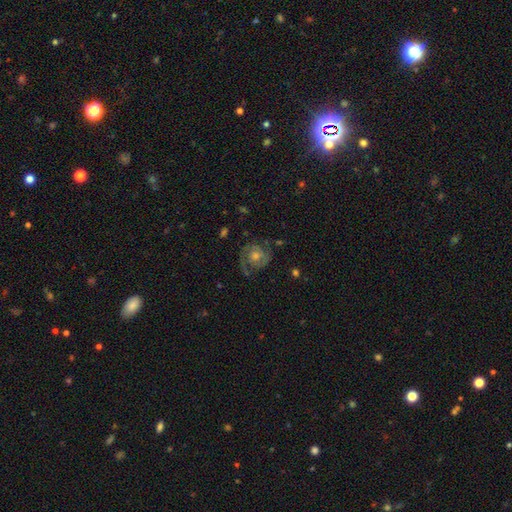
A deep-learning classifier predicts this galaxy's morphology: featured or disk 74%, smooth 16%, star or artifact 10%. Down the decision tree: edge-on disk — no (97%); bar — no (75%); spiral arms — yes (91%); spiral arm count — 2 (58%); spiral winding — tight (54%); bulge size — moderate (60%); merging — none (70%).